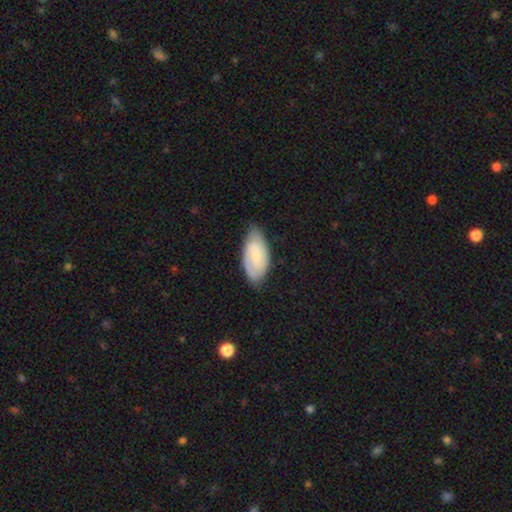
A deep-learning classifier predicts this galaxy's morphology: Q: Smooth or featured?
A: featured or disk (59%); runner-up: smooth (35%)
Q: Edge-on disk?
A: no (95%); runner-up: yes (5%)
Q: Bar?
A: weak (48%); runner-up: no (40%)
Q: Spiral arms?
A: yes (89%); runner-up: no (11%)
Q: Bulge size?
A: small (59%); runner-up: moderate (25%)
Q: Merging?
A: none (74%); runner-up: minor disturbance (21%)